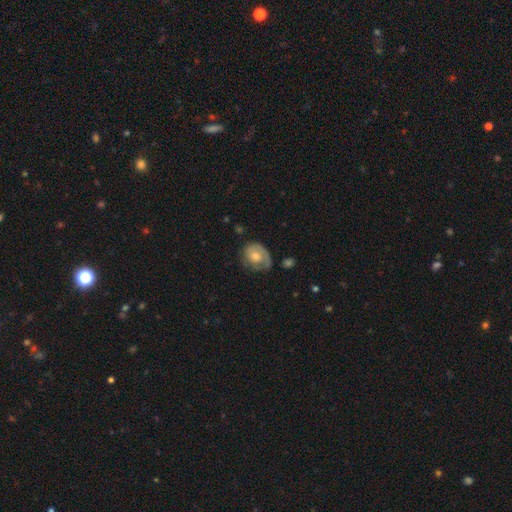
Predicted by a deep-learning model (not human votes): Morphology: type=featured or disk (47%); merging=none (52%).